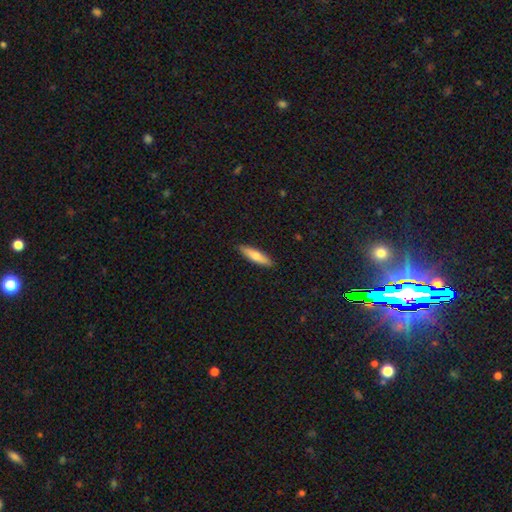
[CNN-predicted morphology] Smooth or featured?
  - smooth: 66% *
  - featured or disk: 28%
  - star or artifact: 6%
How rounded?
  - cigar-shaped: 74% *
  - in between: 24%
  - round: 2%
Merging?
  - none: 90% *
  - minor disturbance: 7%
  - major disturbance: 2%
  - merger: 1%